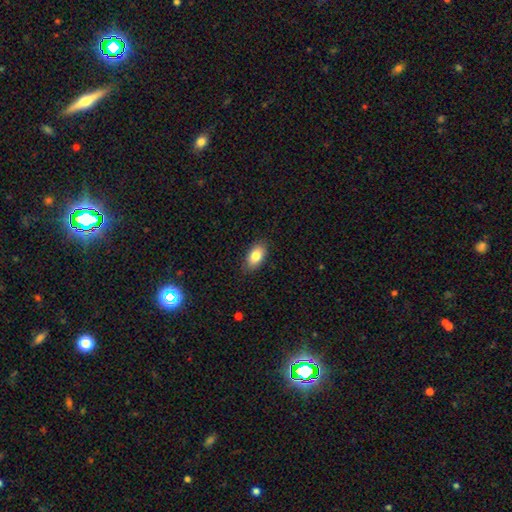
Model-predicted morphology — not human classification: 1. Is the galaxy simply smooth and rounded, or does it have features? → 83% smooth, 10% featured or disk, 7% star or artifact.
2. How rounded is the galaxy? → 91% in between, 5% round, 4% cigar-shaped.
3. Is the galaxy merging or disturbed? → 86% none, 11% minor disturbance, 2% major disturbance, 1% merger.